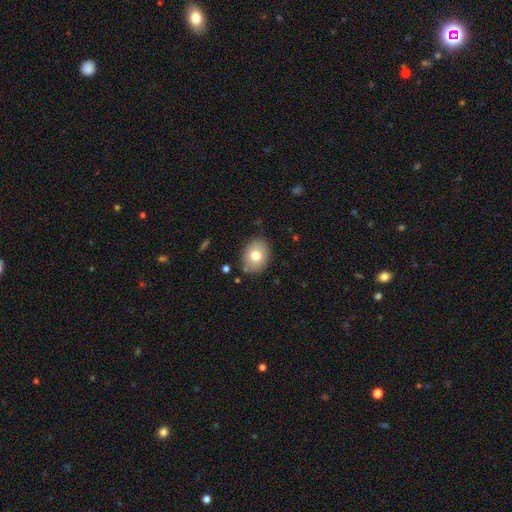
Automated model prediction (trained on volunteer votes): Morphology: type=smooth (76%); roundness=in between (63%); merging=none (84%).